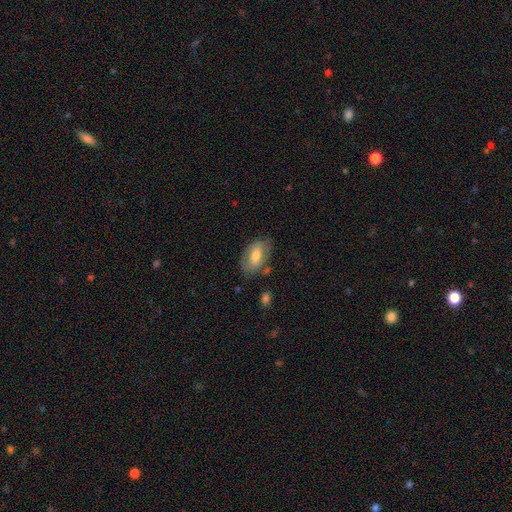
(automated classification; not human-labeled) This is possibly a smooth galaxy (51%). How rounded: clearly in between (90%). Merging: likely none (71%).